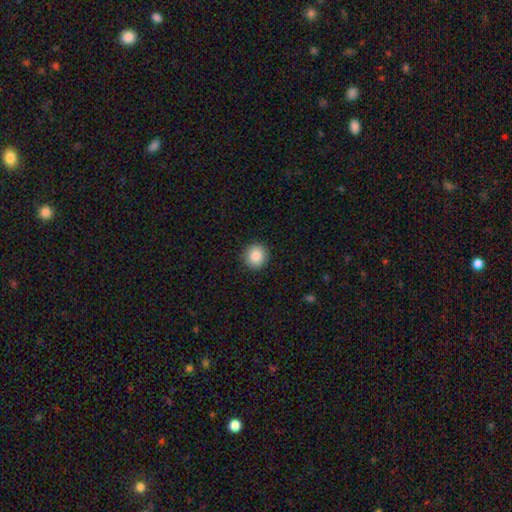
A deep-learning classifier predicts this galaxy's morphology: Q: Smooth or featured?
A: smooth (86%); runner-up: star or artifact (9%)
Q: How rounded?
A: round (91%); runner-up: in between (8%)
Q: Merging?
A: none (92%); runner-up: minor disturbance (6%)